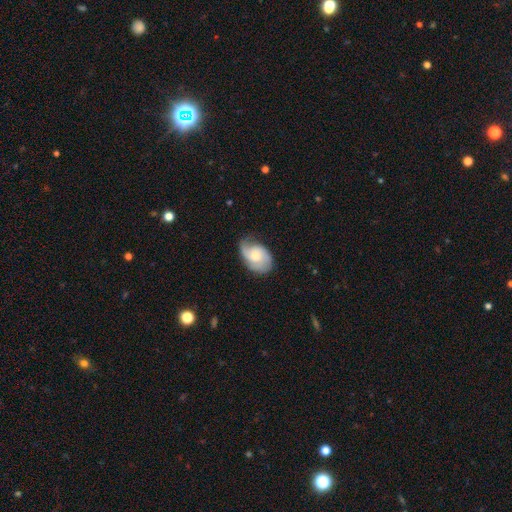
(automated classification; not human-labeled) featured or disk 67%, smooth 26%, star or artifact 6%. Down the decision tree: edge-on disk — no (97%); bar — no (70%); spiral arms — yes (93%); spiral arm count — 2 (44%); spiral winding — medium (45%); bulge size — moderate (55%); merging — none (64%).